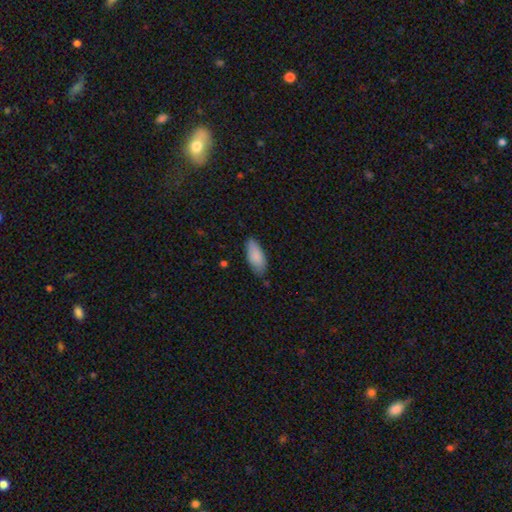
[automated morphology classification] A smooth galaxy with no disk features (87%) that is in between round and cigar-shaped (85%). Merging: none (74%).